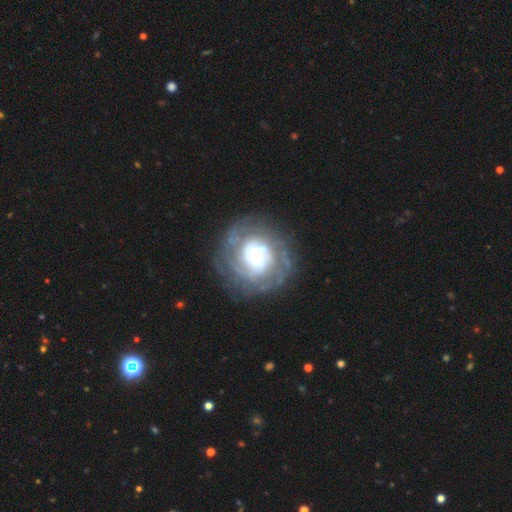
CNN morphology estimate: type=featured or disk (77%); edge-on=no (97%); bar=no (75%); spiral arms=yes (82%); winding=tight (69%); arm count=can't tell (47%); bulge=small (49%); merging=none (77%).